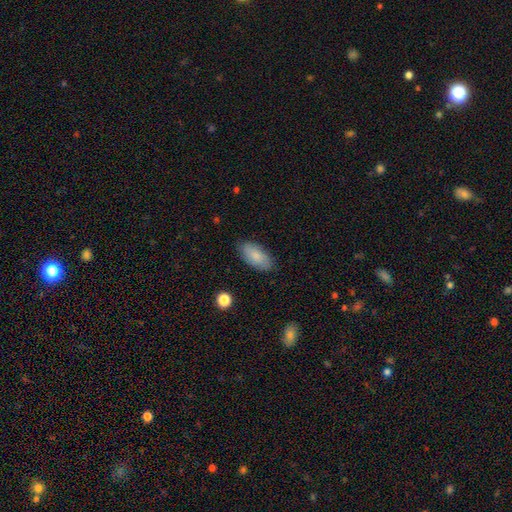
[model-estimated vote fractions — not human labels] smooth 83%, featured or disk 11%, star or artifact 6%. Down the decision tree: how rounded — in between (92%); merging — none (85%).